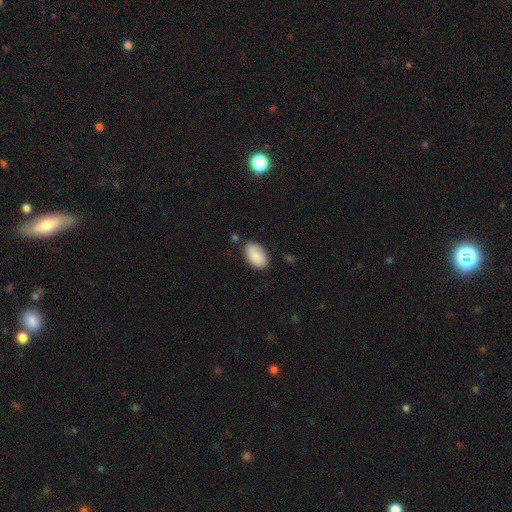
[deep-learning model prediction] This appears to be a smooth galaxy with no disk features (89%) that is in between round and cigar-shaped (94%). Merging: none (78%).